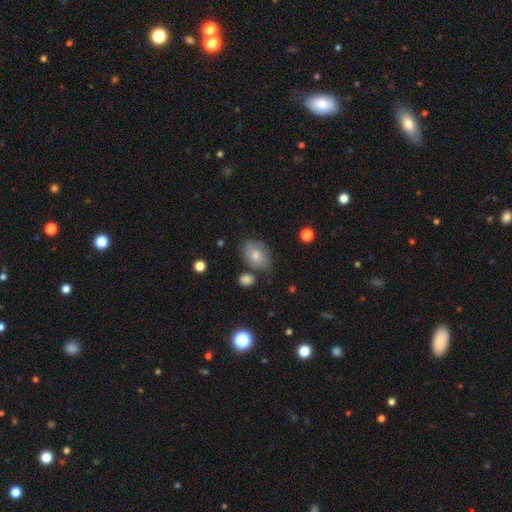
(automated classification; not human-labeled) smooth_or_featured: smooth (p=0.74) [alt: featured or disk p=0.18]
how_rounded: in between (p=0.73) [alt: round p=0.25]
merging: none (p=0.65) [alt: minor disturbance p=0.22]